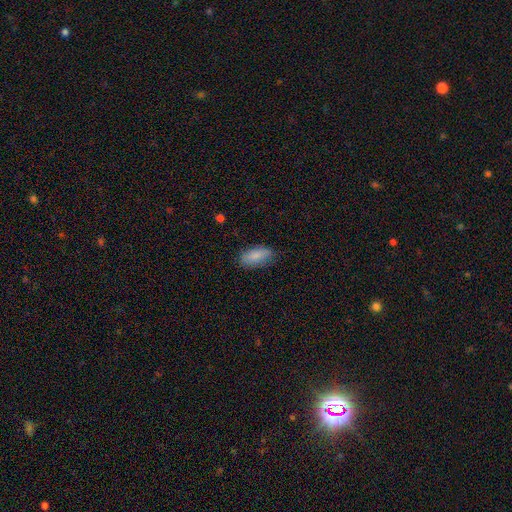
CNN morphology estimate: Smooth or featured?
  - smooth: 85% *
  - featured or disk: 8%
  - star or artifact: 6%
How rounded?
  - in between: 89% *
  - cigar-shaped: 9%
  - round: 3%
Merging?
  - none: 81% *
  - minor disturbance: 15%
  - major disturbance: 3%
  - merger: 1%